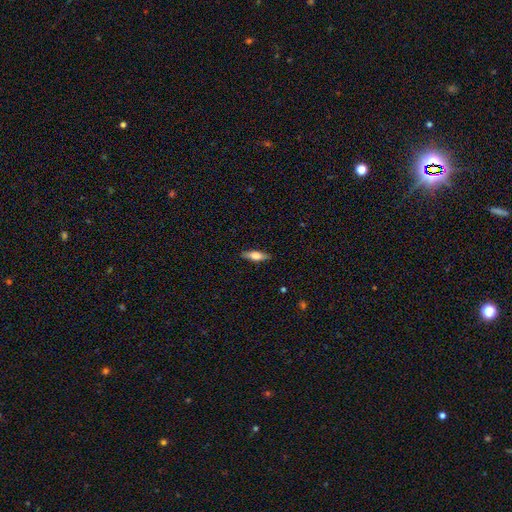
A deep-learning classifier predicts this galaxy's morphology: This appears to be a smooth galaxy with no disk features (62%) that is cigar-shaped (50%). Merging: none (87%).